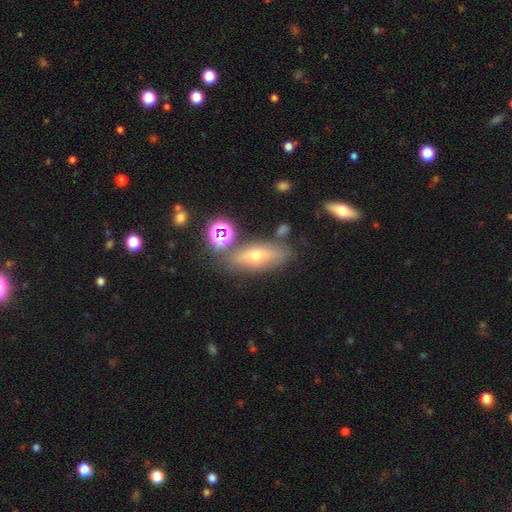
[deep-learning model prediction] The model was most divided on "smooth or featured": smooth: 49%, featured or disk: 37%, star or artifact: 14%. More confident: merging — none (70%).